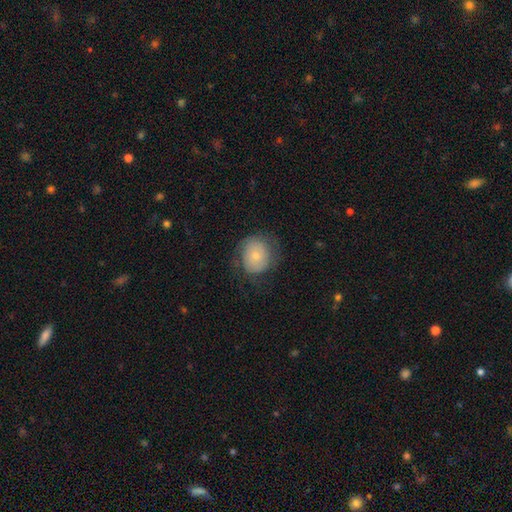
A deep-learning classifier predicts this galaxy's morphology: type=smooth (65%); roundness=round (72%); merging=none (63%).